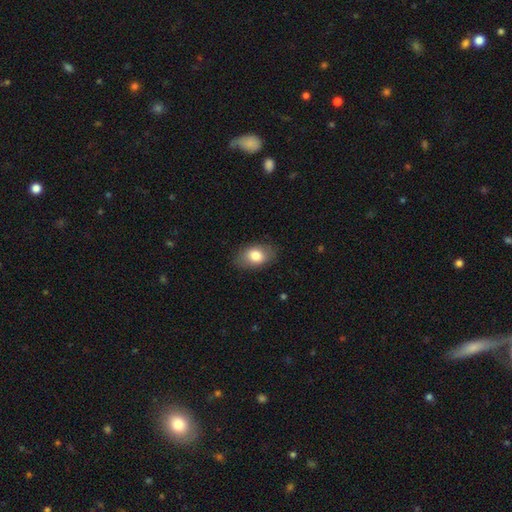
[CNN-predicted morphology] Smooth or featured: smooth — 80% (featured or disk — 12%)
How rounded: in between — 85% (round — 14%)
Merging: none — 83% (minor disturbance — 12%)